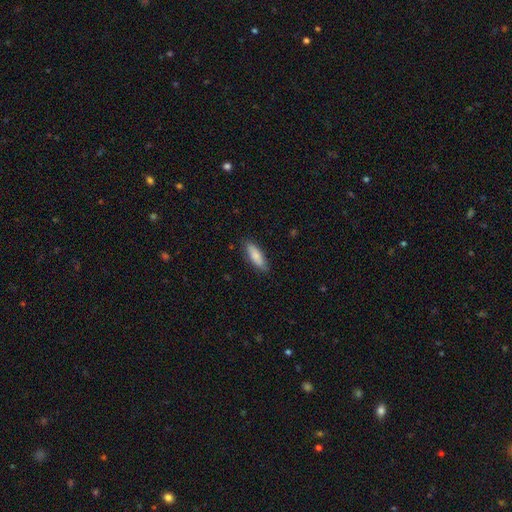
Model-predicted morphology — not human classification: type=smooth (82%); roundness=cigar-shaped (49%, tied with in between); merging=none (85%).